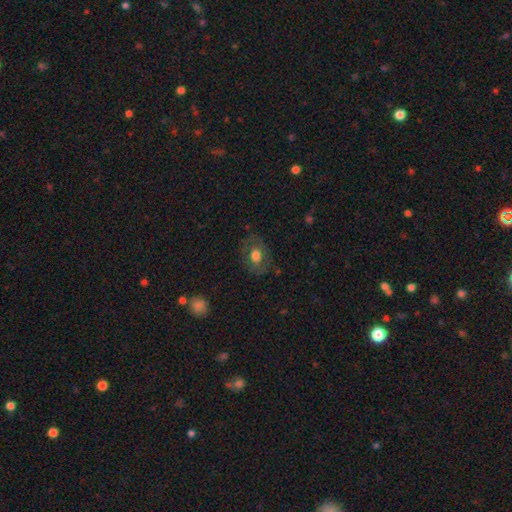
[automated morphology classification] smooth_or_featured: smooth (p=0.56) [alt: featured or disk p=0.35]
how_rounded: in between (p=0.65) [alt: round p=0.34]
merging: none (p=0.76) [alt: minor disturbance p=0.15]